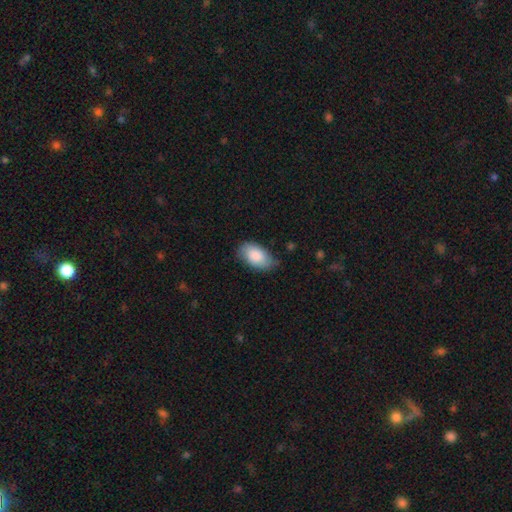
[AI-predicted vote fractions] A smooth galaxy with no disk features (84%) that is in between round and cigar-shaped (94%).

Vote fractions:
- Smooth or featured? smooth: 84% / featured or disk: 10% / star or artifact: 6%
- How rounded? in between: 94% / round: 4% / cigar-shaped: 2%
- Merging? none: 70% / minor disturbance: 25% / major disturbance: 4% / merger: 1%